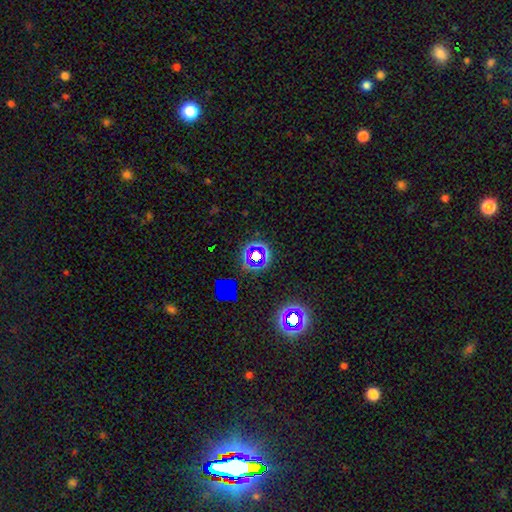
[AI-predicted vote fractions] Morphology: type=star or artifact (63%).